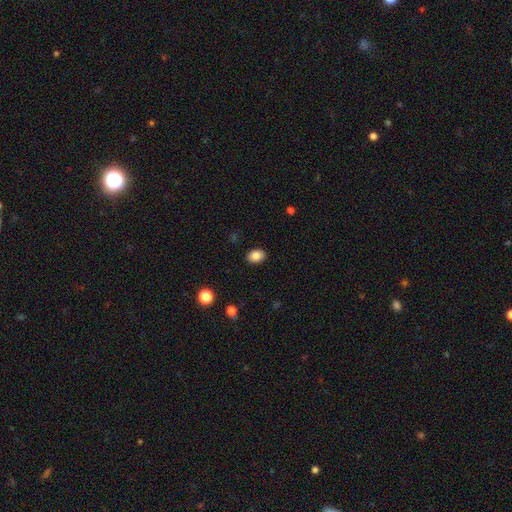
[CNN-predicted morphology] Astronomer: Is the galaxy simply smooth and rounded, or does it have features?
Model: smooth — 84%.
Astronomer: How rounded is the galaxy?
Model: in between — 77%.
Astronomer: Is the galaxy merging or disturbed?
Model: none — 89%.